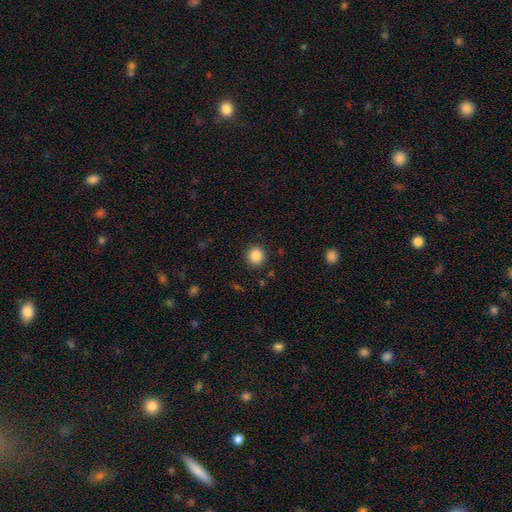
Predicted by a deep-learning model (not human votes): This is clearly a smooth galaxy (86%). How rounded: clearly round (93%). Merging: clearly none (91%).